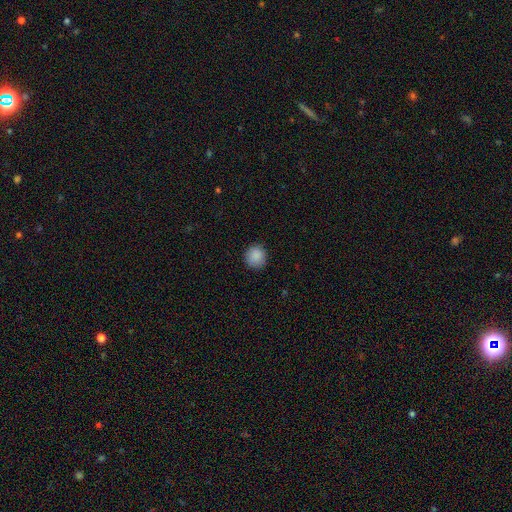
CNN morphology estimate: smooth_or_featured: smooth (p=0.88) [alt: star or artifact p=0.09]
how_rounded: round (p=0.92) [alt: in between p=0.07]
merging: none (p=0.89) [alt: minor disturbance p=0.08]